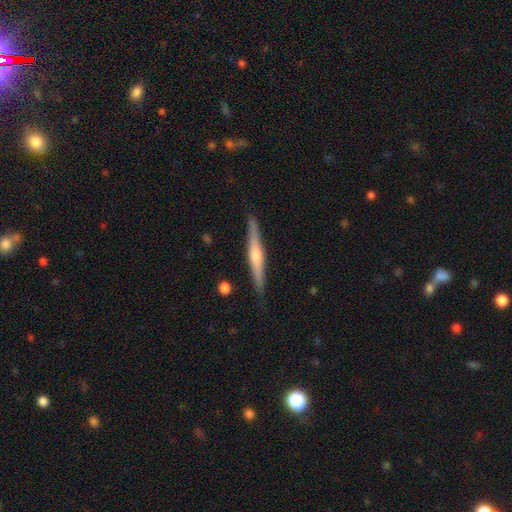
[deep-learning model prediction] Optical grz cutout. It shows a featured or disk galaxy (64%) viewed edge-on (97%) with a rounded central bulge (78%). Merging: none (88%).